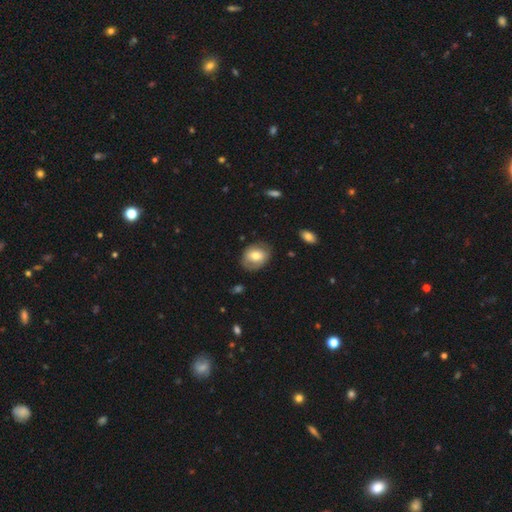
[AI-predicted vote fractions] smooth 65%, featured or disk 28%, star or artifact 7%. Down the decision tree: how rounded — in between (51%); merging — none (75%).